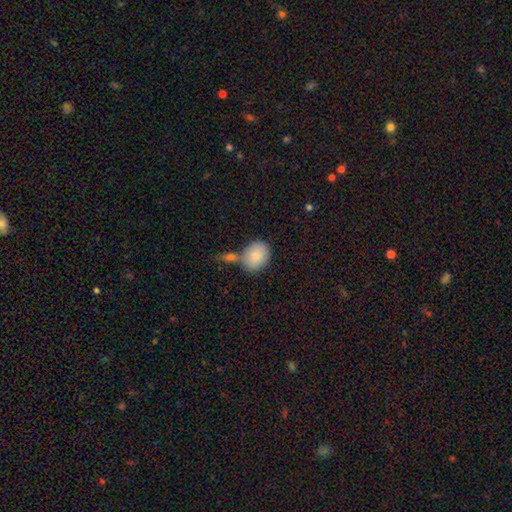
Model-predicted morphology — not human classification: smooth_or_featured: smooth (p=0.84) [alt: featured or disk p=0.09]
how_rounded: in between (p=0.50) [alt: round p=0.49]
merging: none (p=0.54) [alt: merger p=0.27]